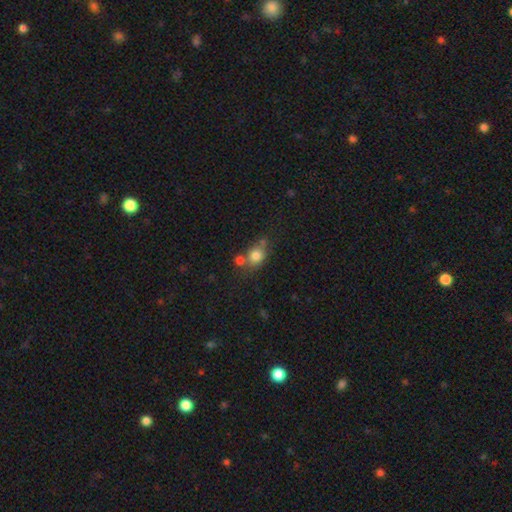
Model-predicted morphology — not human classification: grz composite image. It shows a smooth galaxy with no disk features (80%) that is round (63%). Merging: none (52%).